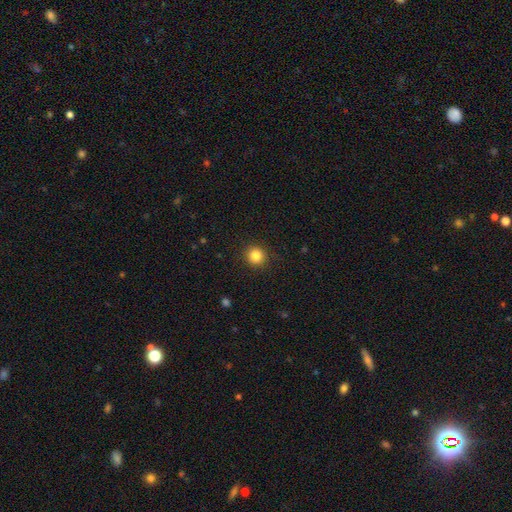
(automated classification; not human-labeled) A smooth galaxy with no disk features (84%) that is round (93%). Merging: none (90%).